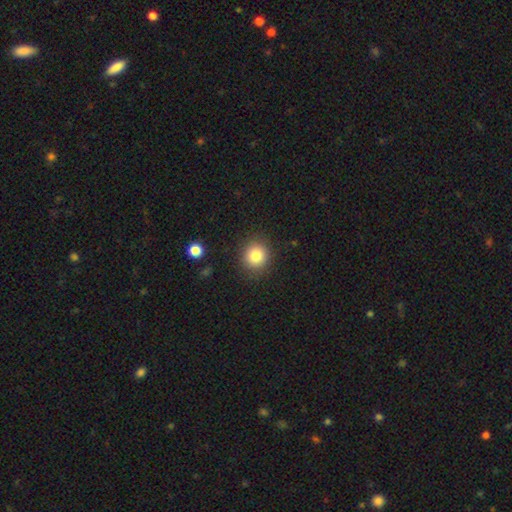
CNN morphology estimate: Smooth or featured: smooth — 83% (star or artifact — 11%)
How rounded: round — 86% (in between — 13%)
Merging: none — 88% (minor disturbance — 8%)